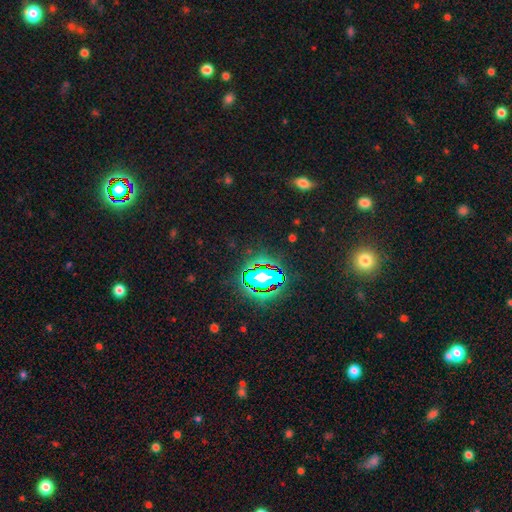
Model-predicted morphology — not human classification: star or artifact 81%, smooth 11%, featured or disk 8%.